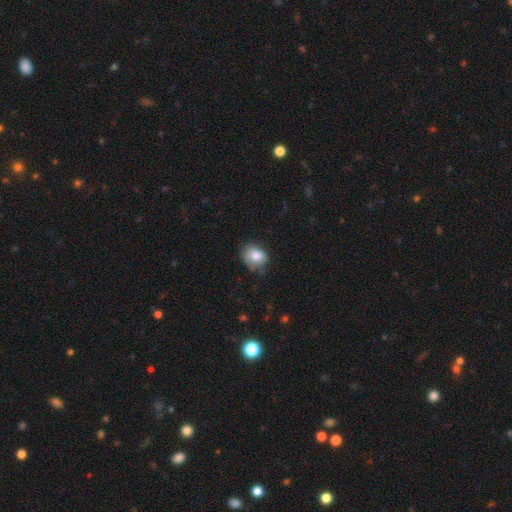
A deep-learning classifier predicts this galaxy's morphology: type=smooth (83%); roundness=round (51%); merging=none (64%).